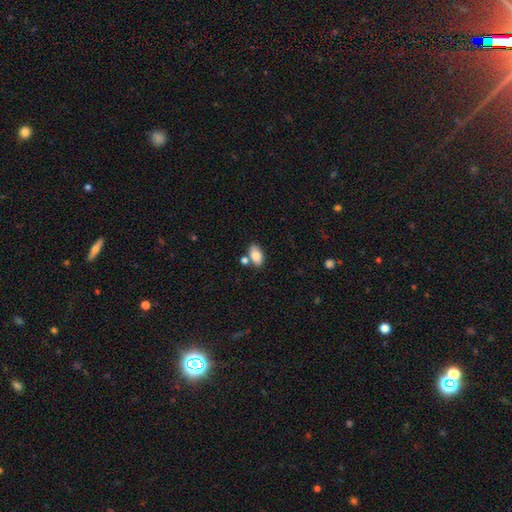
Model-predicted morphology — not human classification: type=smooth (82%); roundness=in between (92%); merging=none (63%).